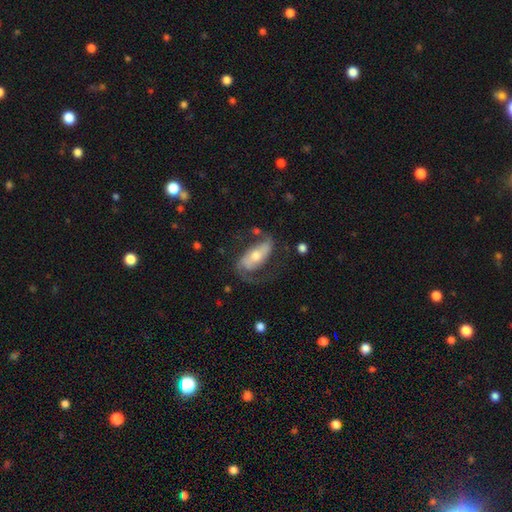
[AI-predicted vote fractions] Smooth or featured? featured or disk (71%)
Edge-on disk? no (91%)
Bar? no (37%)
Spiral arms? yes (89%)
Spiral winding? loose (45%)
Spiral arm count? 2 (80%)
Bulge size? moderate (60%)
Merging? none (55%)